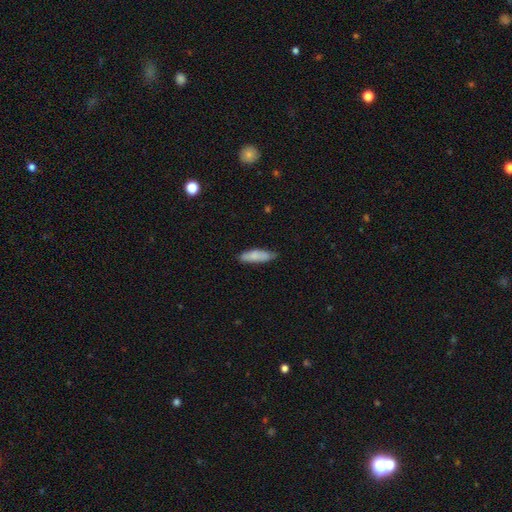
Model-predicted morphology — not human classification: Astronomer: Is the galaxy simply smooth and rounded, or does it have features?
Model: smooth — 80%.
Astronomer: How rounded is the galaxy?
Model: in between — 52% (runner-up: cigar-shaped, 47%).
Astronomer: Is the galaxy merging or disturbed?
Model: none — 72%.